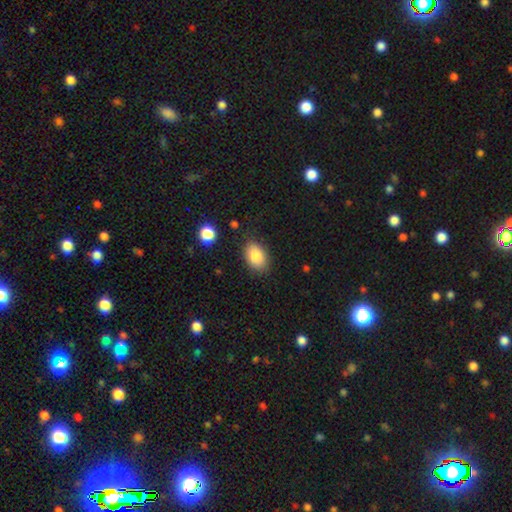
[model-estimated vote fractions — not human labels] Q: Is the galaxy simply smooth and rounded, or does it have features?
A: smooth — 86%.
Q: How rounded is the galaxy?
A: in between — 86%.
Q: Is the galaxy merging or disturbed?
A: none — 82%.